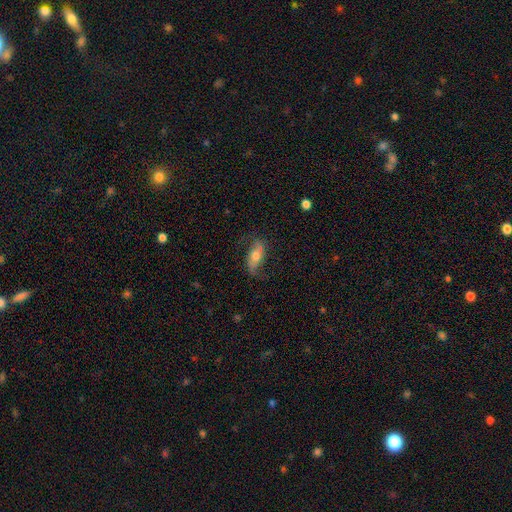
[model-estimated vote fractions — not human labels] A featured or disk galaxy (62%) with no bar (51%), spiral arms (84%) and a moderate central bulge (63%).

Vote fractions:
- Smooth or featured? featured or disk: 62% / smooth: 31% / star or artifact: 8%
- Edge-on disk? no: 83% / yes: 17%
- Bar? no: 51% / weak: 28% / strong: 21%
- Spiral arms? yes: 84% / no: 16%
- Bulge size? moderate: 63% / small: 24% / large: 9% / none: 2% / dominant: 2%
- Merging? none: 70% / minor disturbance: 19% / major disturbance: 9% / merger: 2%